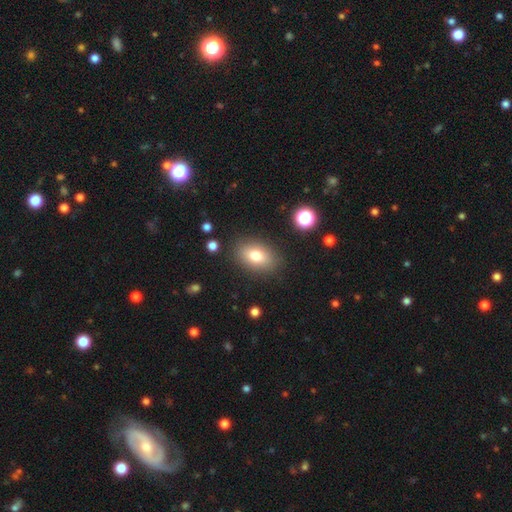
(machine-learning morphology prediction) This appears to be a smooth galaxy with no disk features (76%) that is in between round and cigar-shaped (83%). Merging: none (85%).